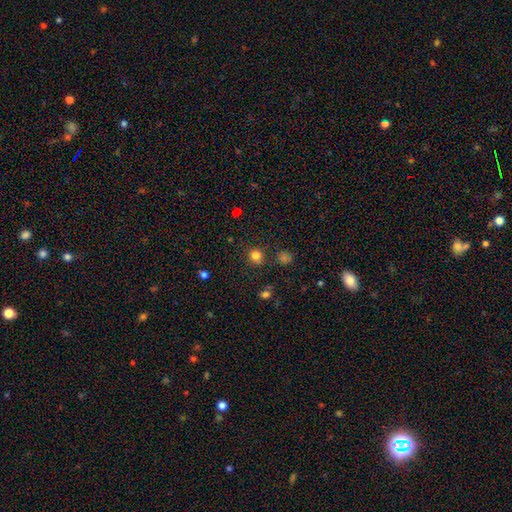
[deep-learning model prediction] Morphology: type=smooth (81%); roundness=round (90%); merging=none (84%).